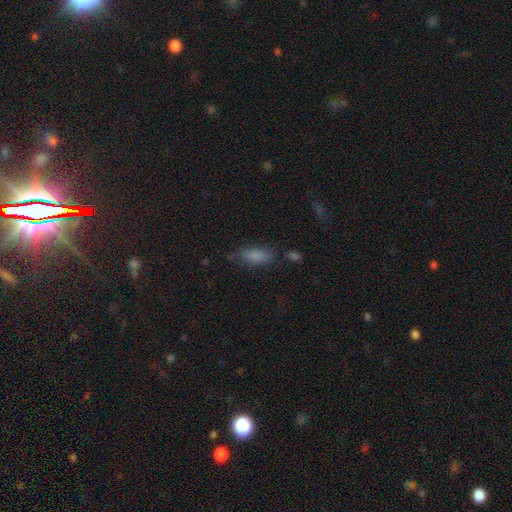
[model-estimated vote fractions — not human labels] Smooth or featured: smooth — 82% (star or artifact — 10%)
How rounded: in between — 77% (cigar-shaped — 20%)
Merging: none — 69% (minor disturbance — 21%)